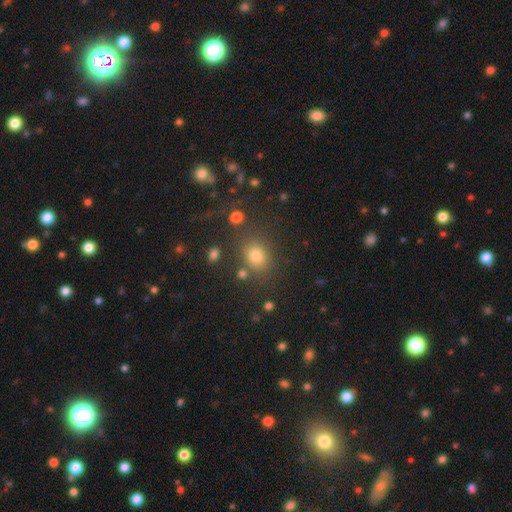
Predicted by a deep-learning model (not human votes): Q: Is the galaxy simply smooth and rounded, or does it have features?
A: smooth — 71%.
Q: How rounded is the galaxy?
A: round — 63%.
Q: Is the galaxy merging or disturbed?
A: none — 79%.